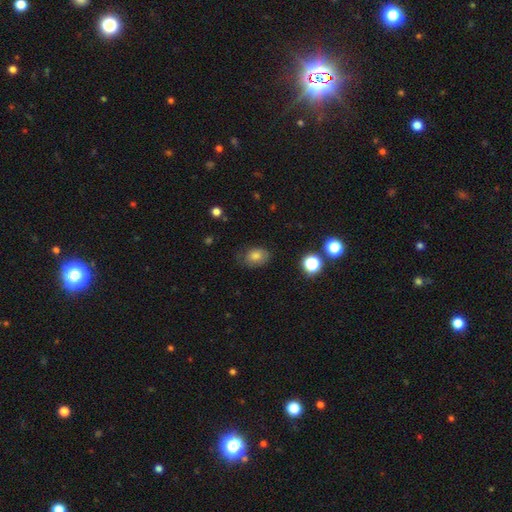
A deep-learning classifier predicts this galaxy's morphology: Smooth or featured: smooth — 75% (star or artifact — 13%)
How rounded: in between — 74% (round — 25%)
Merging: none — 67% (minor disturbance — 23%)